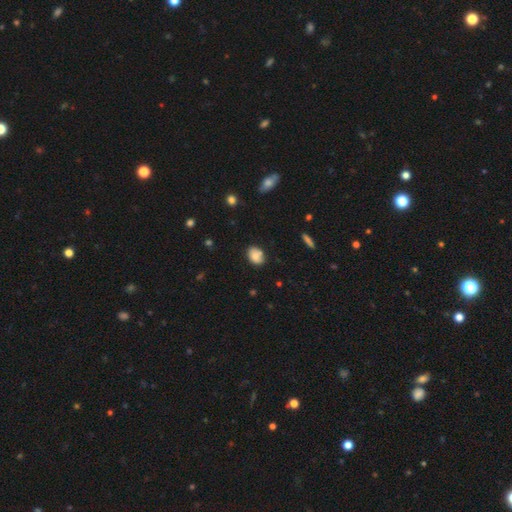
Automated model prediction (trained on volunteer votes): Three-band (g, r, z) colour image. It shows a smooth galaxy with no disk features (75%) that is in between round and cigar-shaped (67%). Merging: none (73%).